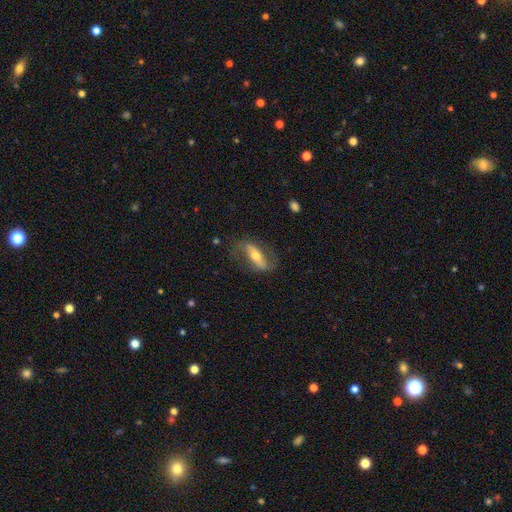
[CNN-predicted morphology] featured or disk 63%, smooth 31%, star or artifact 6%. Down the decision tree: edge-on disk — no (76%); merging — none (70%).